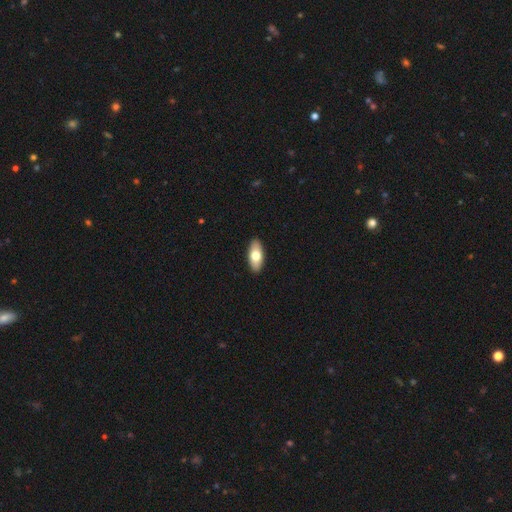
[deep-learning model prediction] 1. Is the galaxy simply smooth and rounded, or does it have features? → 72% smooth, 22% featured or disk, 6% star or artifact.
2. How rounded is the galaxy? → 88% in between, 9% cigar-shaped, 3% round.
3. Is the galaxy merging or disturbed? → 91% none, 6% minor disturbance, 1% major disturbance, 1% merger.